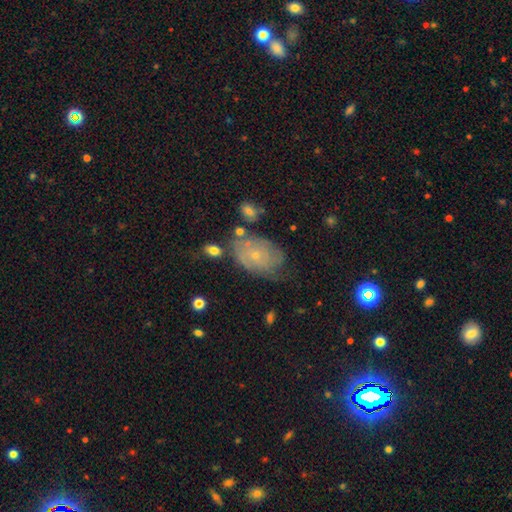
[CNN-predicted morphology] Smooth or featured? featured or disk (54%)
Edge-on disk? no (95%)
Bar? no (85%)
Spiral arms? yes (67%)
Bulge size? small (78%)
Merging? none (51%)